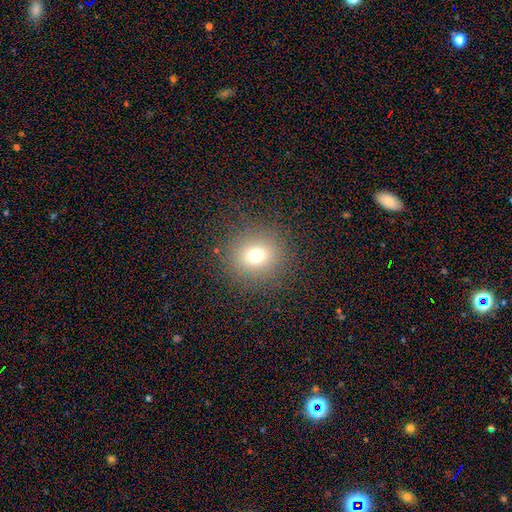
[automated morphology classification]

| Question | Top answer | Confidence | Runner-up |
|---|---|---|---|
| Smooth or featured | smooth | 70% | star or artifact (19%) |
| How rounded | round | 89% | in between (10%) |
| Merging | none | 86% | minor disturbance (7%) |